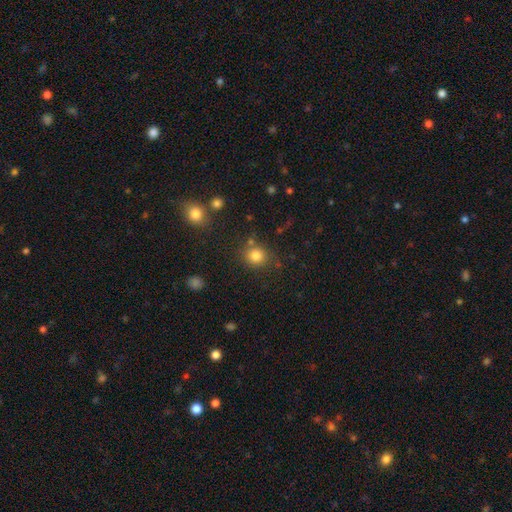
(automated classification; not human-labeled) A smooth galaxy with no disk features (81%) that is round (86%).

Vote fractions:
- Smooth or featured? smooth: 81% / star or artifact: 13% / featured or disk: 6%
- How rounded? round: 86% / in between: 13% / cigar-shaped: 1%
- Merging? none: 77% / minor disturbance: 10% / merger: 8% / major disturbance: 4%